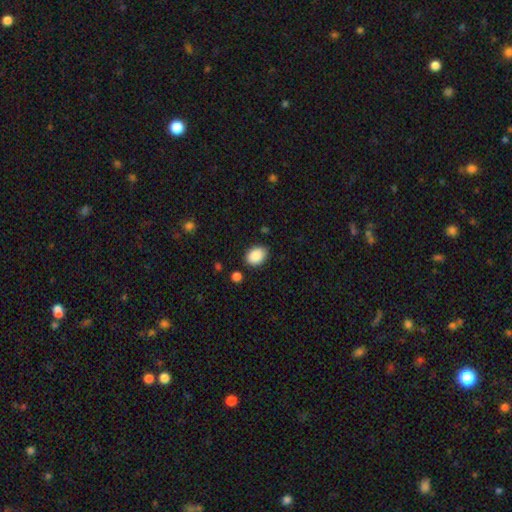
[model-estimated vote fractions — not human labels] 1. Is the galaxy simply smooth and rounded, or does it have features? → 89% smooth, 7% star or artifact, 3% featured or disk.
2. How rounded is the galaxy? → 72% in between, 27% round, 1% cigar-shaped.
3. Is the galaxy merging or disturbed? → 82% none, 12% minor disturbance, 3% major disturbance, 2% merger.